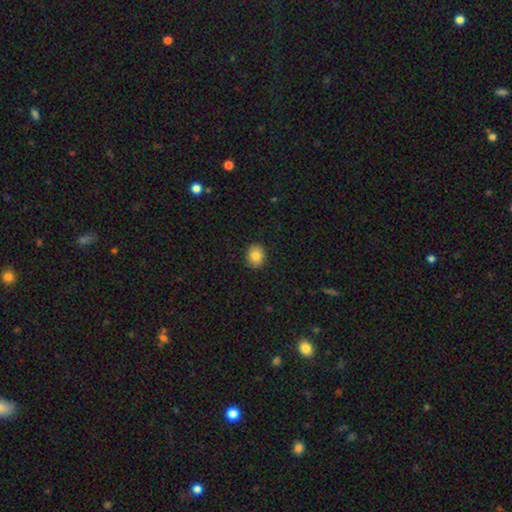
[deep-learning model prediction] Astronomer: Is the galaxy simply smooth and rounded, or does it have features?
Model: smooth — 84%.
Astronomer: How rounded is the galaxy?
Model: round — 69%.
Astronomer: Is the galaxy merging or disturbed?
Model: none — 91%.